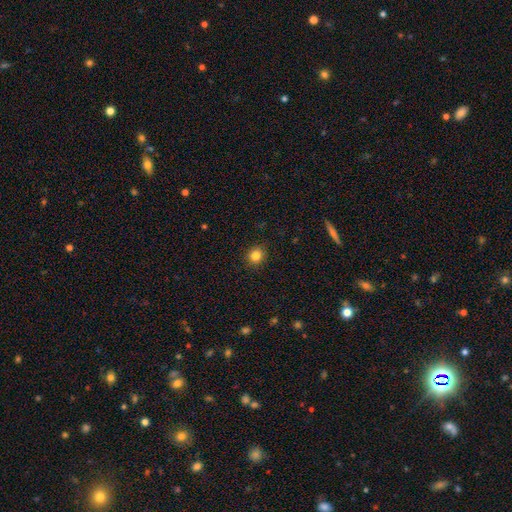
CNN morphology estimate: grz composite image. It shows a smooth galaxy with no disk features (83%) that is round (87%). Merging: none (91%).